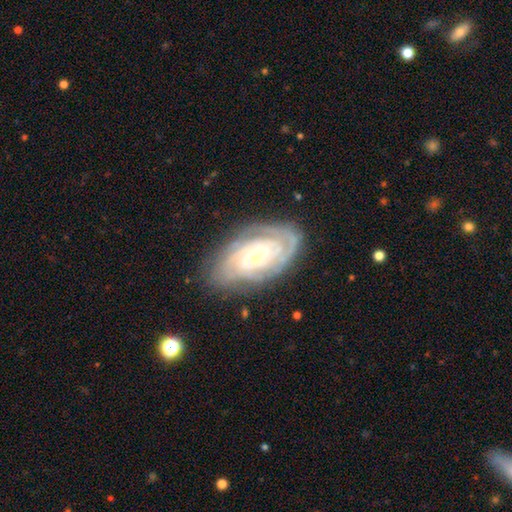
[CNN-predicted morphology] featured or disk 86%, smooth 8%, star or artifact 5%. Down the decision tree: edge-on disk — no (95%); bar — no (73%); spiral arms — yes (96%); spiral arm count — can't tell (32%); spiral winding — tight (80%); bulge size — small (63%); merging — none (78%).